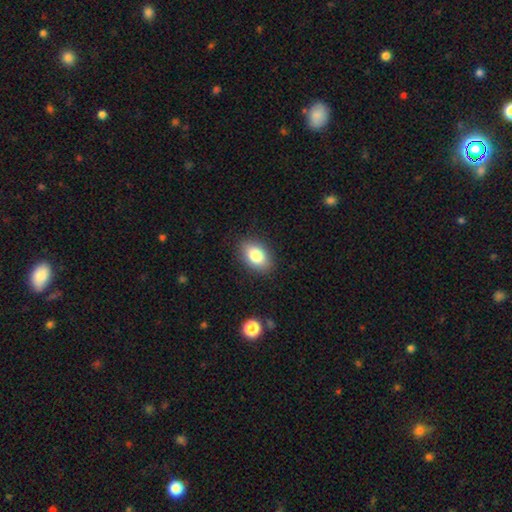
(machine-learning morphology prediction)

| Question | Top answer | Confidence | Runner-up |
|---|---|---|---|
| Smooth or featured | smooth | 82% | featured or disk (10%) |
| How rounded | in between | 88% | round (11%) |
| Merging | none | 87% | minor disturbance (9%) |